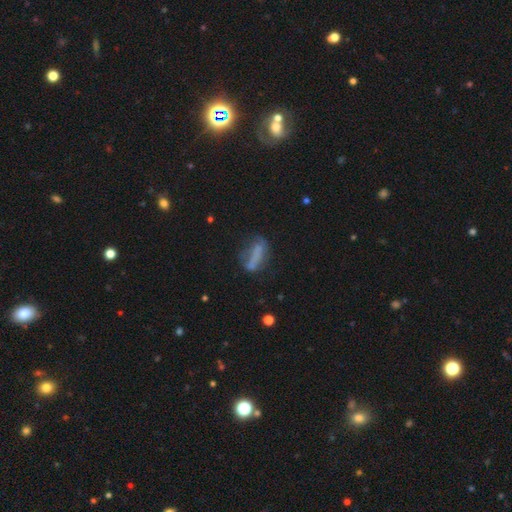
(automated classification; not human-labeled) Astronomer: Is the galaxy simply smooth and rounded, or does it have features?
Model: smooth — 53% (runner-up: featured or disk, 33%).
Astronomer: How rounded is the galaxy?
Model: cigar-shaped — 51% (runner-up: in between, 45%).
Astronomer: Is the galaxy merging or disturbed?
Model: none — 46% (runner-up: minor disturbance, 26%).